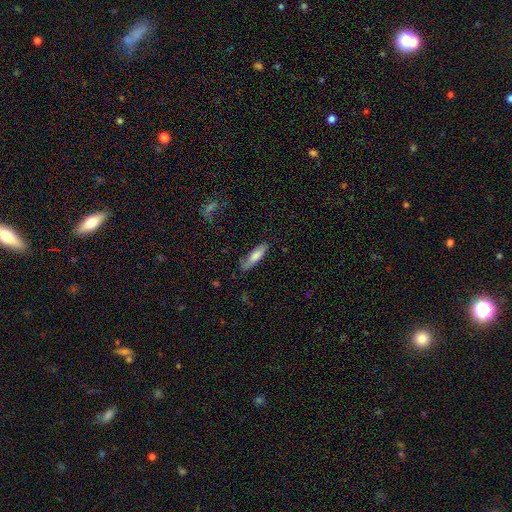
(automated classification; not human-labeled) The model was most divided on "how rounded": cigar-shaped: 64%, in between: 34%, round: 2%. More confident: smooth or featured — smooth (76%); merging — none (75%).